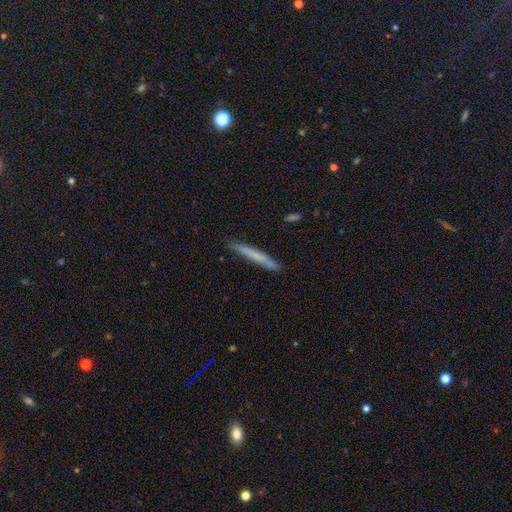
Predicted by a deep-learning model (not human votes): smooth 63%, featured or disk 30%, star or artifact 6%. Down the decision tree: how rounded — cigar-shaped (96%); merging — none (83%).